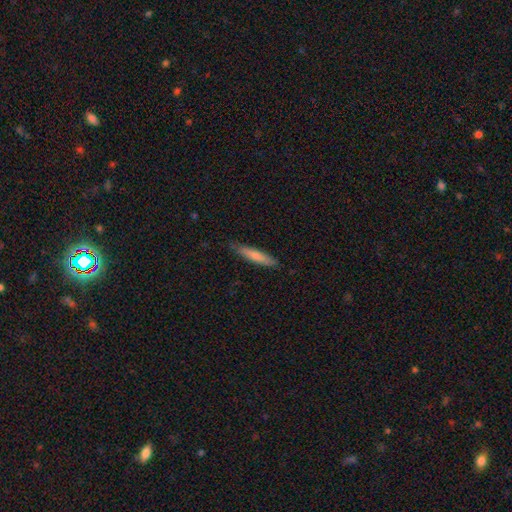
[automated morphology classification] Smooth or featured? Predicted: smooth (p=0.75). How rounded? Predicted: cigar-shaped (p=0.89). Merging? Predicted: none (p=0.85).